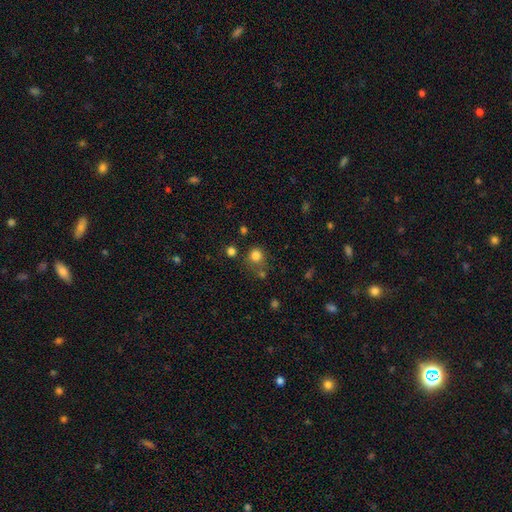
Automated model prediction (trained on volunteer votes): Smooth or featured?
  - smooth: 79% *
  - star or artifact: 15%
  - featured or disk: 6%
How rounded?
  - round: 87% *
  - in between: 12%
  - cigar-shaped: 1%
Merging?
  - none: 67% *
  - minor disturbance: 14%
  - merger: 12%
  - major disturbance: 6%